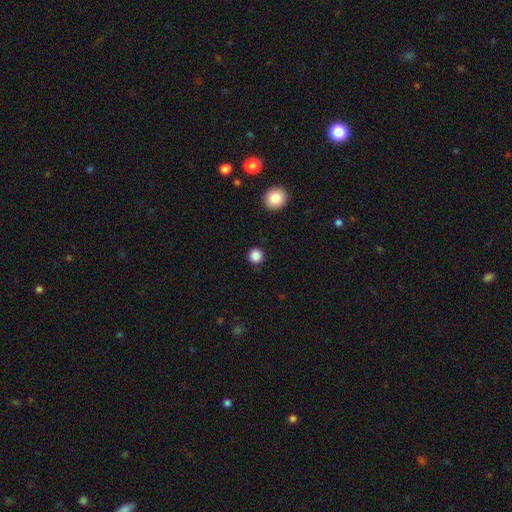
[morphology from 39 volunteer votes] This appears to be a smooth galaxy with no disk features (95%) that is round (97%). Merging: none (92%).